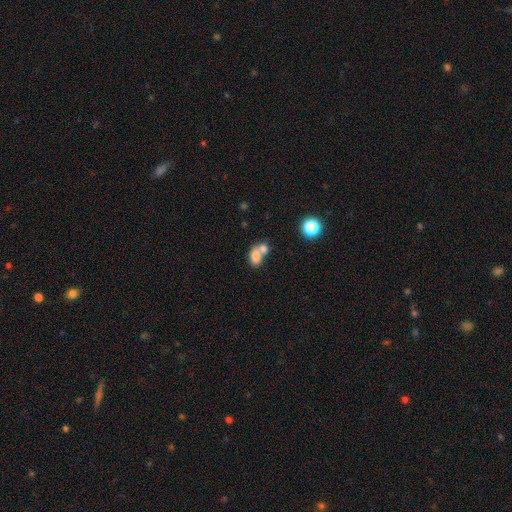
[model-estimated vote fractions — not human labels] smooth-or-featured: smooth: 75% | featured or disk: 15% | star or artifact: 10%
  how-rounded: in between: 77% | round: 22% | cigar-shaped: 2%
  merging: merger: 65% | none: 23% | minor disturbance: 7% | major disturbance: 4%